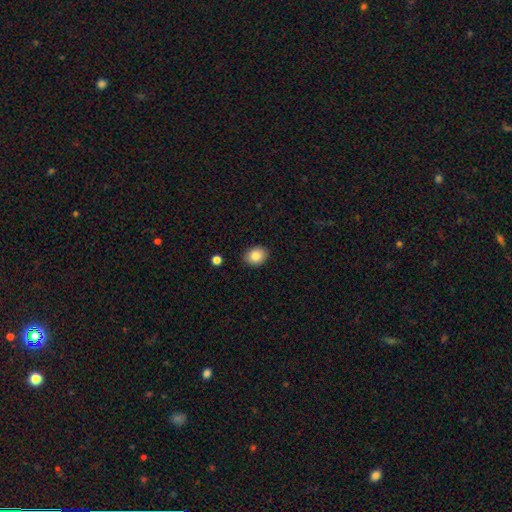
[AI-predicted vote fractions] The model was most divided on "how rounded": in between: 59%, round: 40%, cigar-shaped: 1%. More confident: merging — none (88%); smooth or featured — smooth (84%).